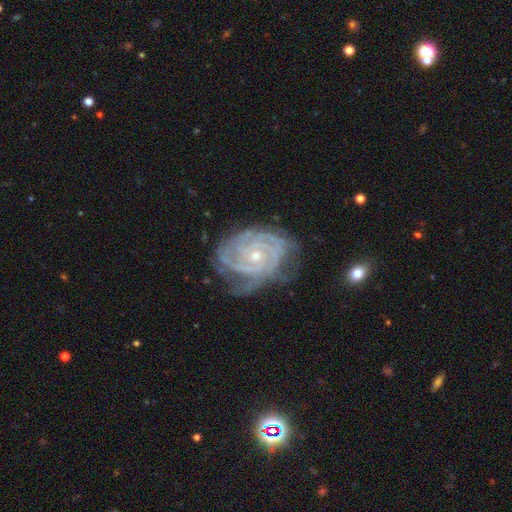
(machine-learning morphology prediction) smooth_or_featured: featured or disk (p=0.91) [alt: star or artifact p=0.05]
disk_edge_on: no (p=0.97) [alt: yes p=0.03]
bar: no (p=0.74) [alt: weak p=0.20]
has_spiral_arms: yes (p=0.98) [alt: no p=0.02]
spiral_winding: tight (p=0.78) [alt: medium p=0.19]
spiral_arm_count: 3 (p=0.25) [alt: 4 p=0.22]
bulge_size: small (p=0.71) [alt: moderate p=0.27]
merging: none (p=0.66) [alt: minor disturbance p=0.23]